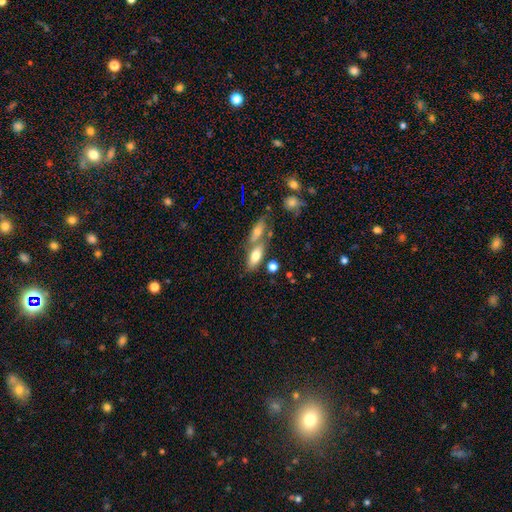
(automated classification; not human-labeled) Q: Smooth or featured?
A: smooth (73%); runner-up: featured or disk (19%)
Q: How rounded?
A: in between (80%); runner-up: cigar-shaped (17%)
Q: Merging?
A: none (46%); runner-up: merger (39%)